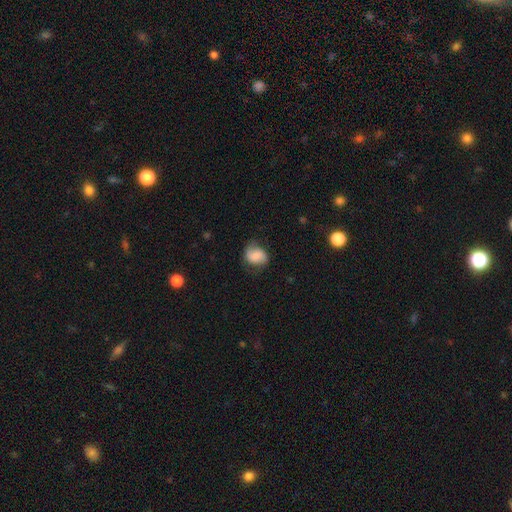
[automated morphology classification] smooth_or_featured: smooth (p=0.55) [alt: featured or disk p=0.36]
how_rounded: in between (p=0.53) [alt: round p=0.46]
merging: none (p=0.62) [alt: minor disturbance p=0.26]